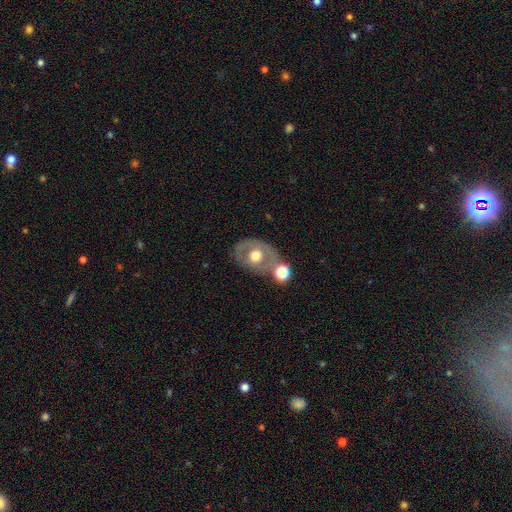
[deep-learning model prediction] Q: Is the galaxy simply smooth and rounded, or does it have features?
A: featured or disk — 53%.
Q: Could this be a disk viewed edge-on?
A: no — 92%.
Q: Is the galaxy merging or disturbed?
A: none — 63%.